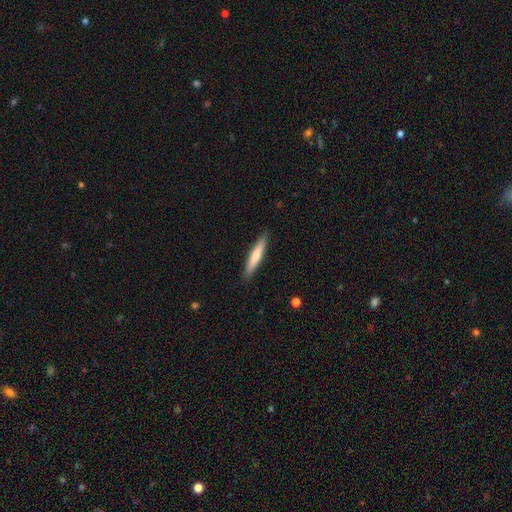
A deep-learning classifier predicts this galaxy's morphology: smooth 67%, featured or disk 28%, star or artifact 5%. Down the decision tree: how rounded — cigar-shaped (92%); merging — none (90%).